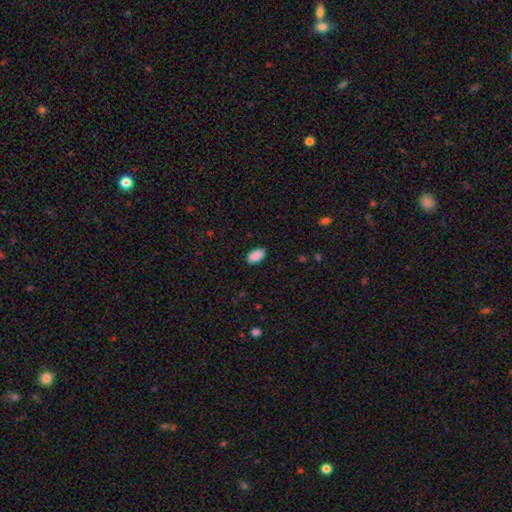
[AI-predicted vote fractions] Q: Smooth or featured?
A: smooth (90%); runner-up: star or artifact (7%)
Q: How rounded?
A: in between (95%); runner-up: round (4%)
Q: Merging?
A: none (89%); runner-up: minor disturbance (8%)